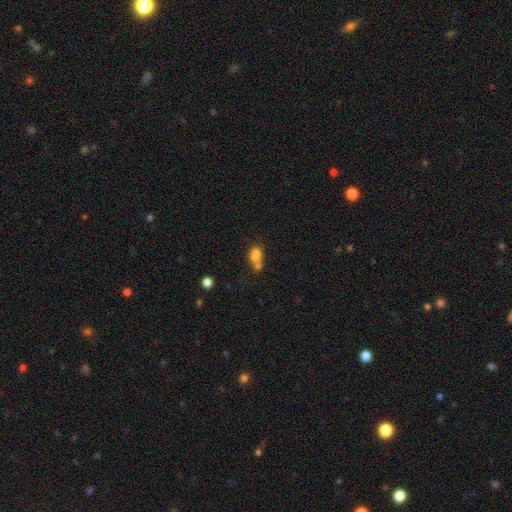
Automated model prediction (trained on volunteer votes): Q: Smooth or featured?
A: smooth (69%); runner-up: featured or disk (19%)
Q: How rounded?
A: in between (58%); runner-up: round (39%)
Q: Merging?
A: merger (60%); runner-up: none (24%)